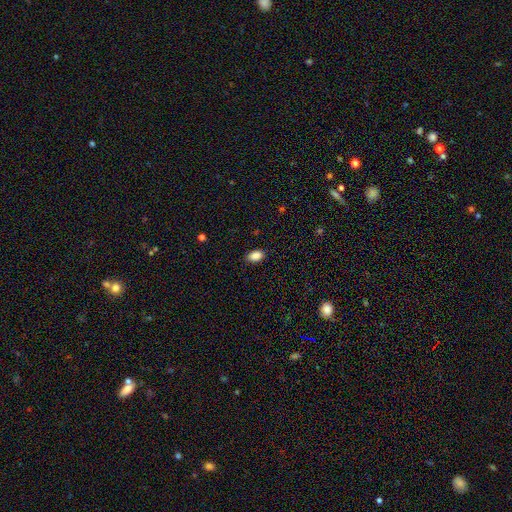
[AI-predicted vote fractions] smooth_or_featured: smooth (p=0.88) [alt: star or artifact p=0.08]
how_rounded: in between (p=0.89) [alt: round p=0.10]
merging: none (p=0.86) [alt: minor disturbance p=0.11]